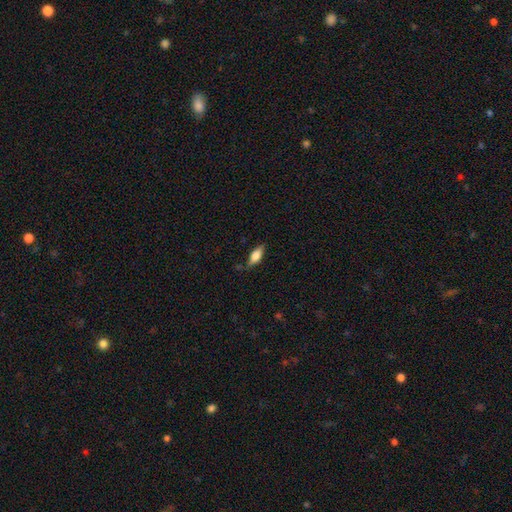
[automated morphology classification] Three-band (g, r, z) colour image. It shows a smooth galaxy with no disk features (67%) that is in between round and cigar-shaped (70%). Merging: none (71%).